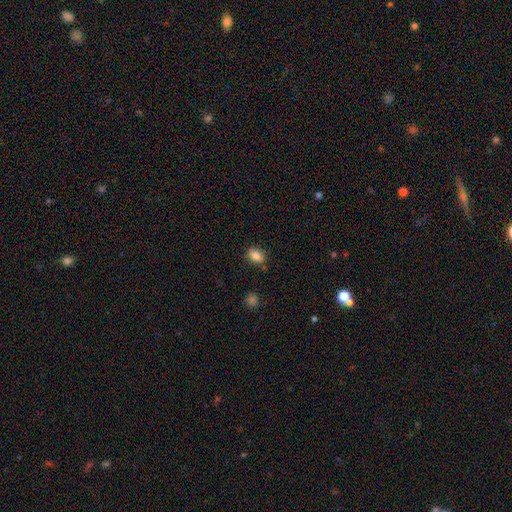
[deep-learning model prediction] Smooth or featured?
  - smooth: 86% *
  - star or artifact: 9%
  - featured or disk: 5%
How rounded?
  - in between: 72% *
  - round: 26%
  - cigar-shaped: 2%
Merging?
  - none: 81% *
  - minor disturbance: 13%
  - merger: 4%
  - major disturbance: 3%